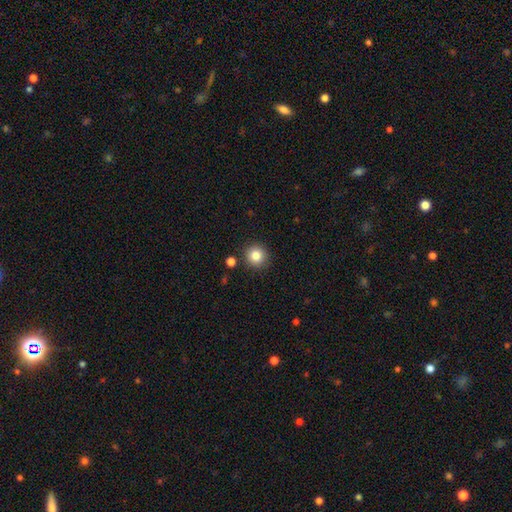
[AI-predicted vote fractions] The model was most divided on "smooth or featured": smooth: 84%, star or artifact: 11%, featured or disk: 6%. More confident: how rounded — round (94%); merging — none (88%).